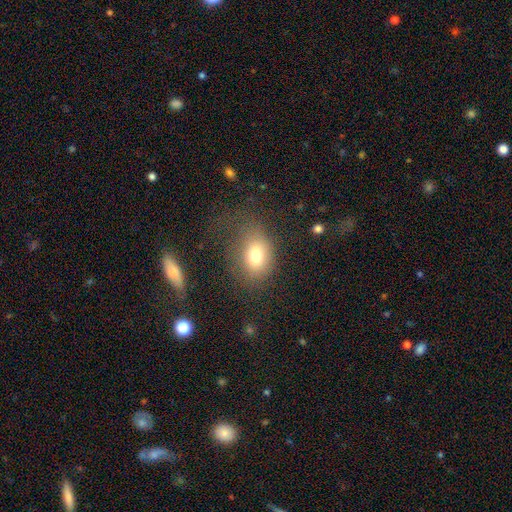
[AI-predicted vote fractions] The model was most divided on "how rounded": in between: 63%, round: 36%, cigar-shaped: 1%. More confident: smooth or featured — smooth (75%); merging — none (56%).